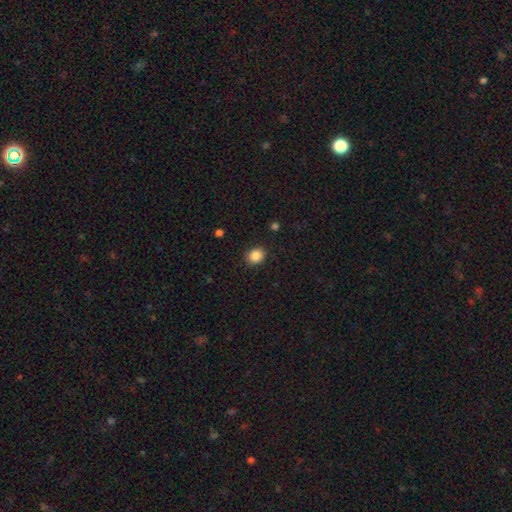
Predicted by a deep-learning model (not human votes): A smooth galaxy with no disk features (86%) that is round (68%).

Vote fractions:
- Smooth or featured? smooth: 86% / star or artifact: 10% / featured or disk: 4%
- How rounded? round: 68% / in between: 32% / cigar-shaped: 1%
- Merging? none: 89% / minor disturbance: 8% / major disturbance: 2% / merger: 1%